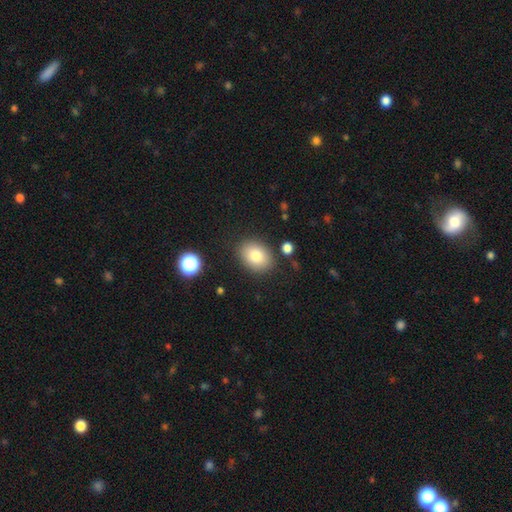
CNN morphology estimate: This is clearly a smooth galaxy (82%). How rounded: likely in between (68%). Merging: clearly none (85%).